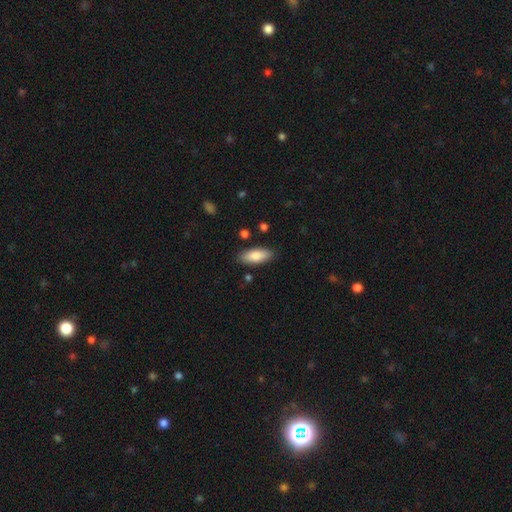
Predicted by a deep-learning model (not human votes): smooth-or-featured: smooth: 82% | featured or disk: 12% | star or artifact: 6%
  how-rounded: in between: 76% | cigar-shaped: 22% | round: 2%
  merging: none: 87% | minor disturbance: 9% | major disturbance: 2% | merger: 2%